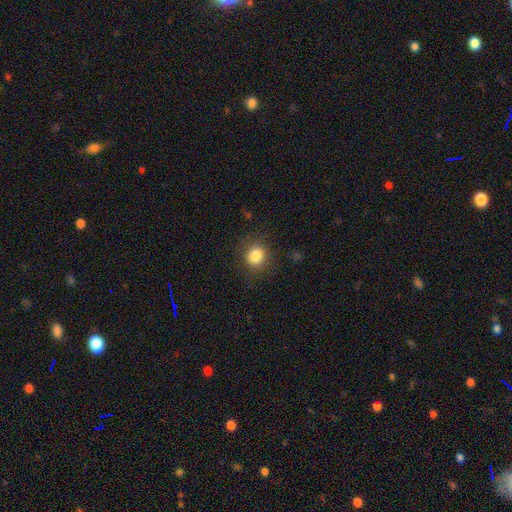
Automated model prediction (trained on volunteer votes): Q: Smooth or featured?
A: smooth (84%); runner-up: star or artifact (11%)
Q: How rounded?
A: round (81%); runner-up: in between (18%)
Q: Merging?
A: none (86%); runner-up: minor disturbance (10%)